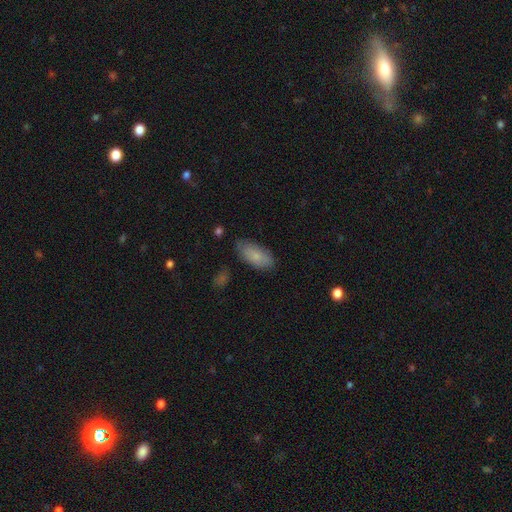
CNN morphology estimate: Smooth or featured? smooth (79%)
How rounded? in between (91%)
Merging? none (78%)